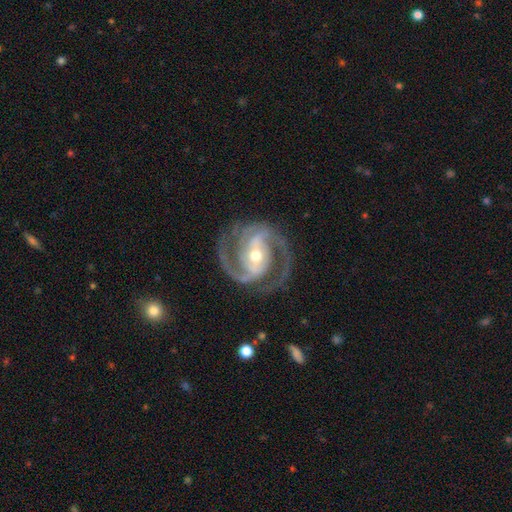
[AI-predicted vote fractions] smooth-or-featured: featured or disk: 93% | star or artifact: 4% | smooth: 3%
  disk-edge-on: no: 98% | yes: 2%
    bar: strong: 39% | weak: 36% | no: 25%
    has-spiral-arms: yes: 98% | no: 2%
      spiral-winding: medium: 54% | tight: 39% | loose: 8%
      spiral-arm-count: 2: 87% | 3: 6% | can't tell: 2% | 1: 2% | 4: 1% | more than 4: 1%
    bulge-size: moderate: 66% | small: 28% | large: 4% | none: 1% | dominant: 1%
  merging: none: 80% | minor disturbance: 13% | major disturbance: 6% | merger: 1%